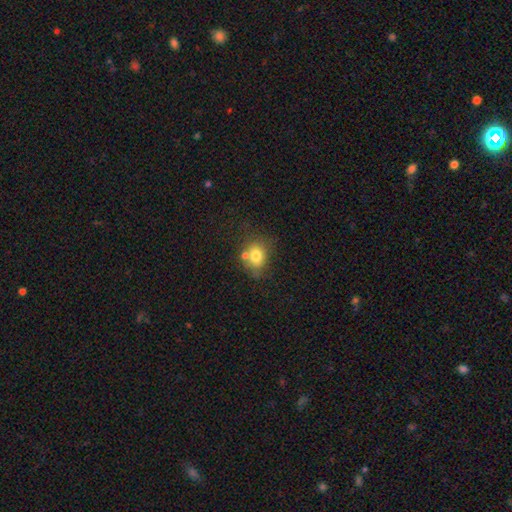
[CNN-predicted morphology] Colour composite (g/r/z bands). It shows a smooth galaxy with no disk features (75%) that is round (54%). Merging: none (52%).